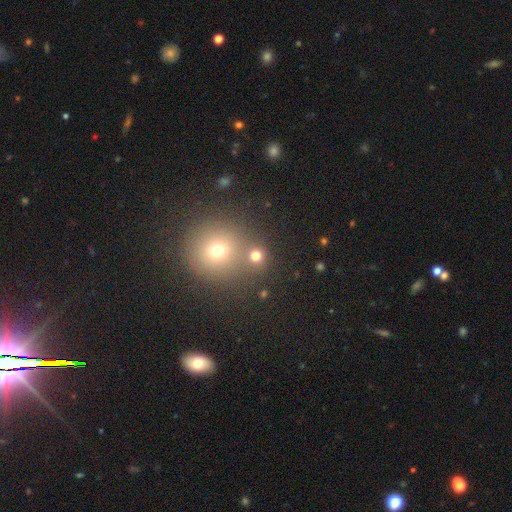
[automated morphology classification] This is likely a smooth galaxy (74%). How rounded: clearly round (90%). Merging: likely none (68%).